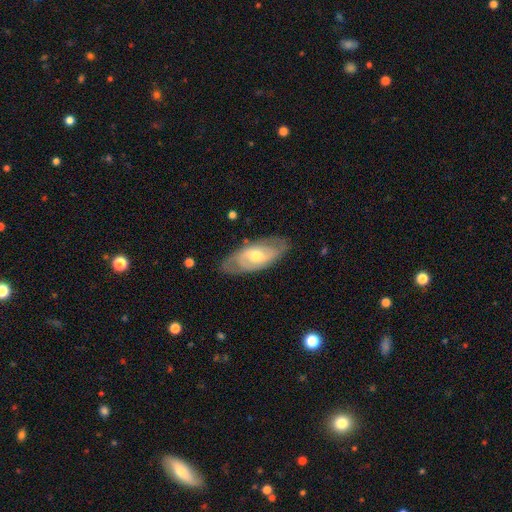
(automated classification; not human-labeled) A featured or disk galaxy (66%) with no bar (49%), spiral arms (75%) and a moderate central bulge (67%).

Vote fractions:
- Smooth or featured? featured or disk: 66% / smooth: 29% / star or artifact: 5%
- Edge-on disk? no: 87% / yes: 13%
- Bar? no: 49% / weak: 40% / strong: 11%
- Spiral arms? yes: 75% / no: 25%
- Bulge size? moderate: 67% / small: 25% / large: 6% / none: 1% / dominant: 1%
- Merging? none: 77% / minor disturbance: 17% / major disturbance: 5% / merger: 1%